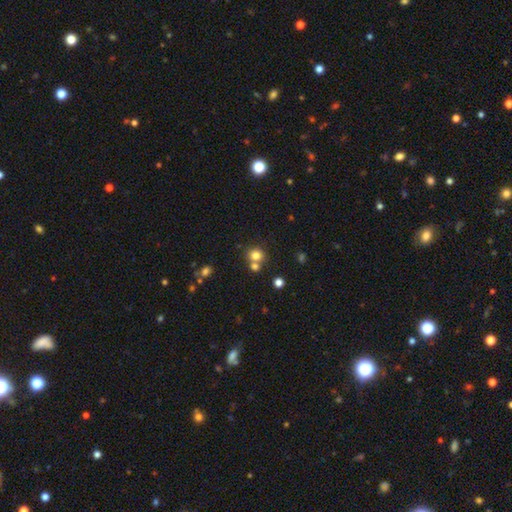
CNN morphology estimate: Smooth or featured? smooth (77%)
How rounded? round (84%)
Merging? none (56%)